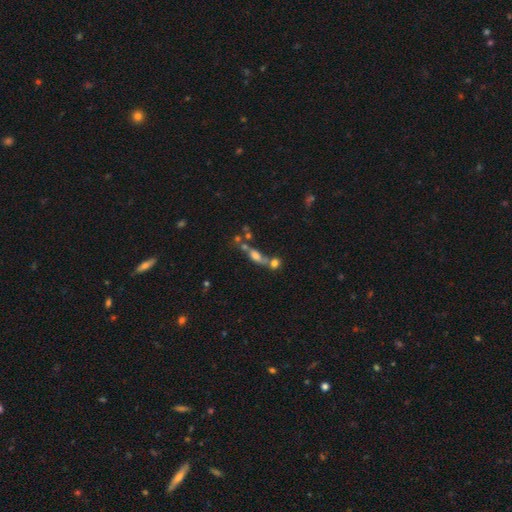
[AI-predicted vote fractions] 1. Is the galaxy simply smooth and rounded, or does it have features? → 54% smooth, 30% featured or disk, 16% star or artifact.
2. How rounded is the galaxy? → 56% in between, 28% cigar-shaped, 16% round.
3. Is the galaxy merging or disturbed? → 46% merger, 31% none, 12% minor disturbance, 11% major disturbance.